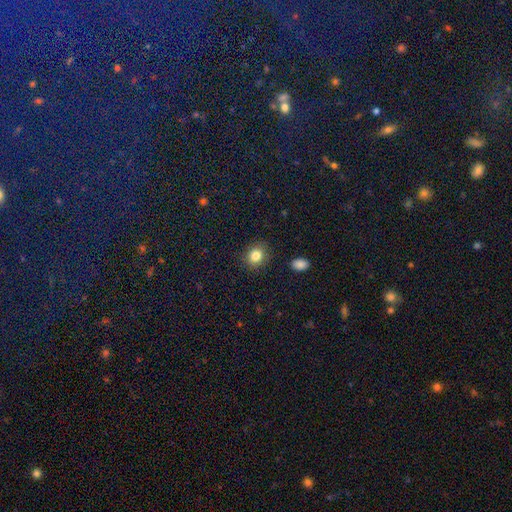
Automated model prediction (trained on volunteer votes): Q: Smooth or featured?
A: smooth (84%); runner-up: star or artifact (10%)
Q: How rounded?
A: round (71%); runner-up: in between (28%)
Q: Merging?
A: none (88%); runner-up: minor disturbance (8%)